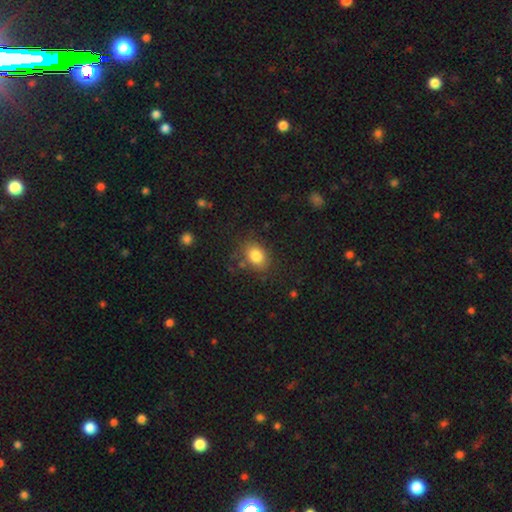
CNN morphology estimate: Overall: smooth (83%). How rounded: in between (63%; round 36%). Merging: none (76%).